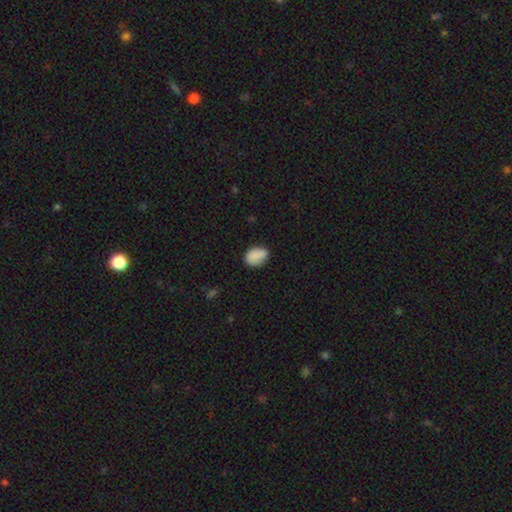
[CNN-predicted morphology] Overall: smooth (84%). How rounded: in between (70%). Merging: none (69%).